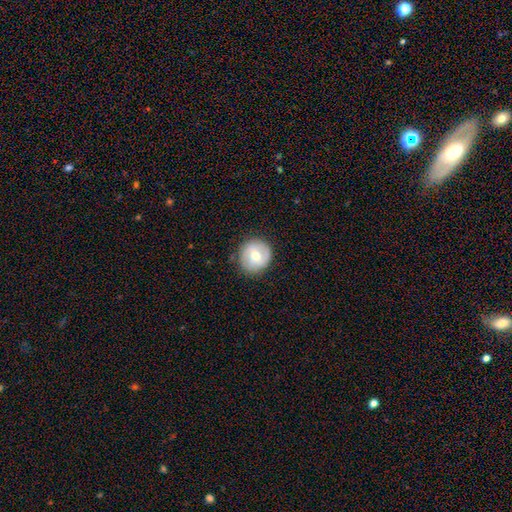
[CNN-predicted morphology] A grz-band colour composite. It shows a smooth galaxy with no disk features (57%) that is round (91%). Merging: none (83%).